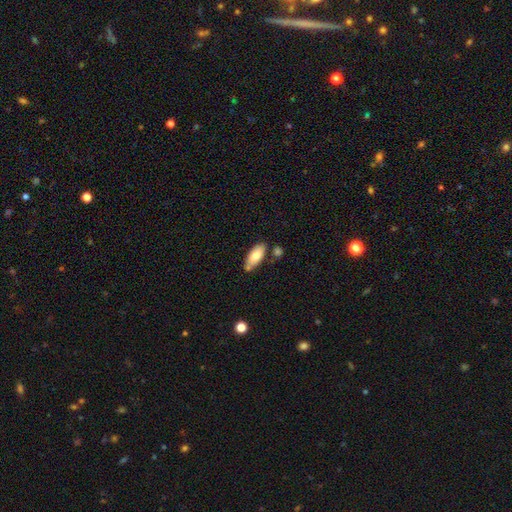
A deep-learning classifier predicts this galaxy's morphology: A smooth galaxy with no disk features (79%) that is in between round and cigar-shaped (80%).

Vote fractions:
- Smooth or featured? smooth: 79% / featured or disk: 15% / star or artifact: 6%
- How rounded? in between: 80% / cigar-shaped: 18% / round: 2%
- Merging? none: 67% / minor disturbance: 18% / merger: 11% / major disturbance: 3%